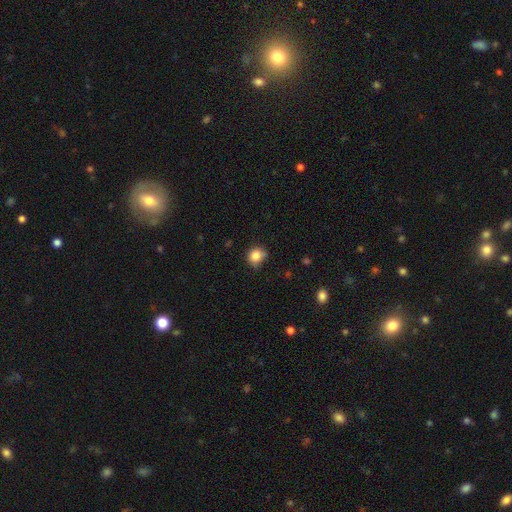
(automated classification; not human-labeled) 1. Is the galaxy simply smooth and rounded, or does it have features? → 83% smooth, 11% star or artifact, 6% featured or disk.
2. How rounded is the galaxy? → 83% round, 16% in between, 1% cigar-shaped.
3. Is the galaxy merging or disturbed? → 65% none, 26% minor disturbance, 5% major disturbance, 3% merger.